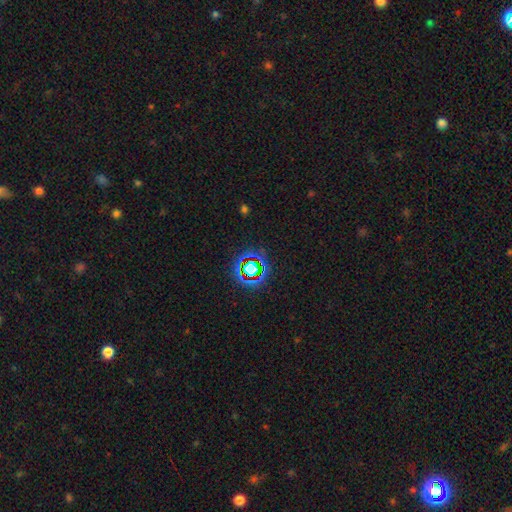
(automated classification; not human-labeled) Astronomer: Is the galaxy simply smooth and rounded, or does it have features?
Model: star or artifact — 70%.